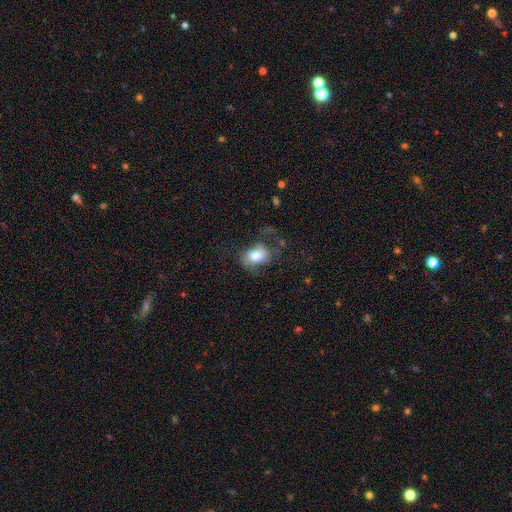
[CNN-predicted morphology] Overall: smooth (72%). How rounded: in between (63%; round 36%). Merging: none (46%; major disturbance 26%).